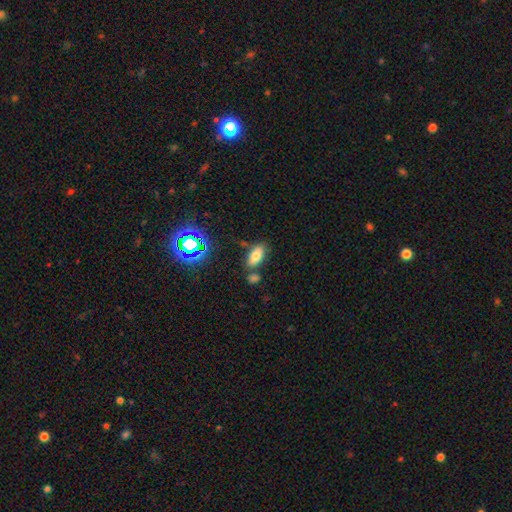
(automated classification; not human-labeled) Smooth or featured? smooth (72%)
How rounded? in between (89%)
Merging? none (70%)